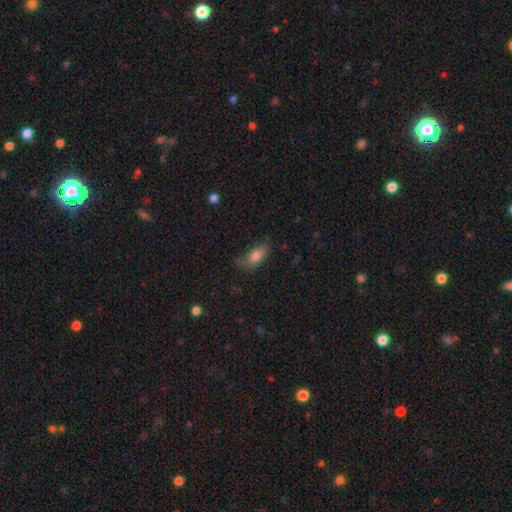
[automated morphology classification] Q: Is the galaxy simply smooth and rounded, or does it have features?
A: smooth — 77%.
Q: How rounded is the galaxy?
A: in between — 84%.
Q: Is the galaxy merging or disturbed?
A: none — 53%.